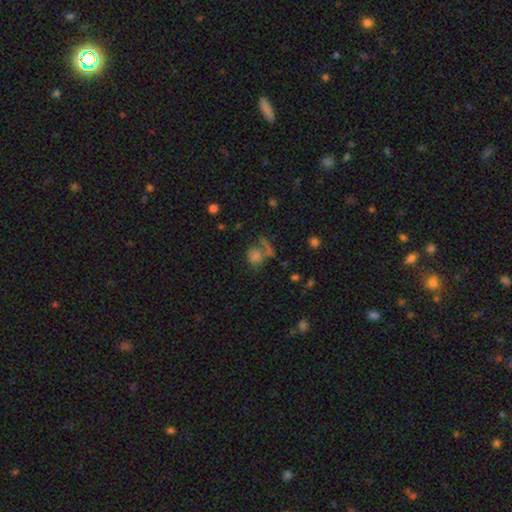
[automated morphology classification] smooth-or-featured: smooth: 62% | star or artifact: 24% | featured or disk: 14%
  how-rounded: round: 70% | in between: 28% | cigar-shaped: 2%
  merging: none: 51% | merger: 25% | minor disturbance: 13% | major disturbance: 12%